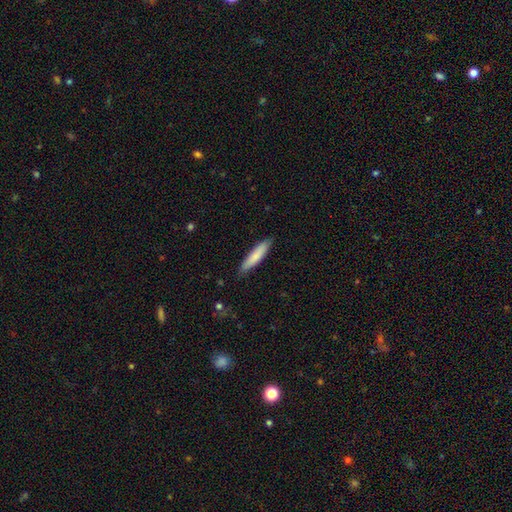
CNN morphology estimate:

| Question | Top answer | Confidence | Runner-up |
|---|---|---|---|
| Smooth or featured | smooth | 81% | featured or disk (14%) |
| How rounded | cigar-shaped | 82% | in between (17%) |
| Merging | none | 85% | minor disturbance (12%) |